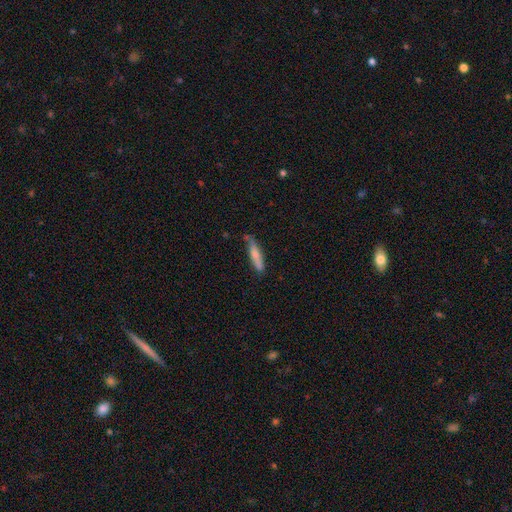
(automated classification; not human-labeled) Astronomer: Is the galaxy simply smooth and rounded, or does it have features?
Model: smooth — 73%.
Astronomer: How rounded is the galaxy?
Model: cigar-shaped — 86%.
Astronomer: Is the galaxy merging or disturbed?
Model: none — 66%.